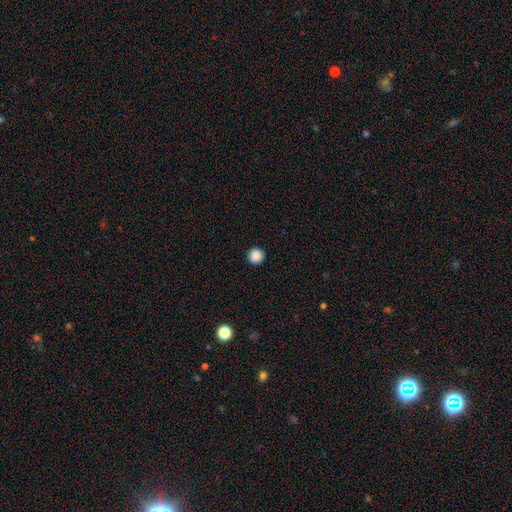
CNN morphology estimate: A smooth galaxy with no disk features (88%) that is round (95%). Merging: none (93%).